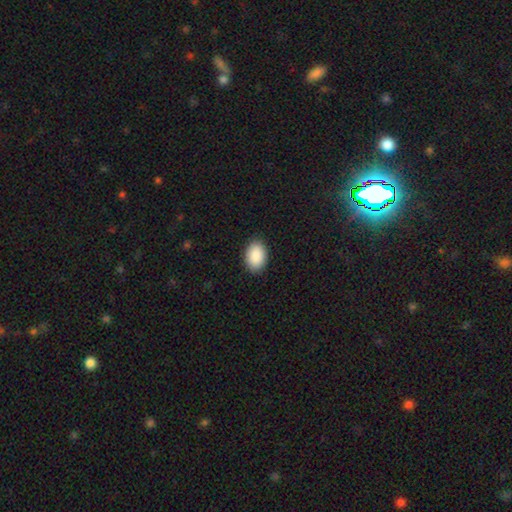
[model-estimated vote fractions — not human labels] Smooth or featured?
  - smooth: 91% *
  - star or artifact: 6%
  - featured or disk: 3%
How rounded?
  - in between: 90% *
  - round: 9%
  - cigar-shaped: 1%
Merging?
  - none: 89% *
  - minor disturbance: 8%
  - major disturbance: 2%
  - merger: 1%